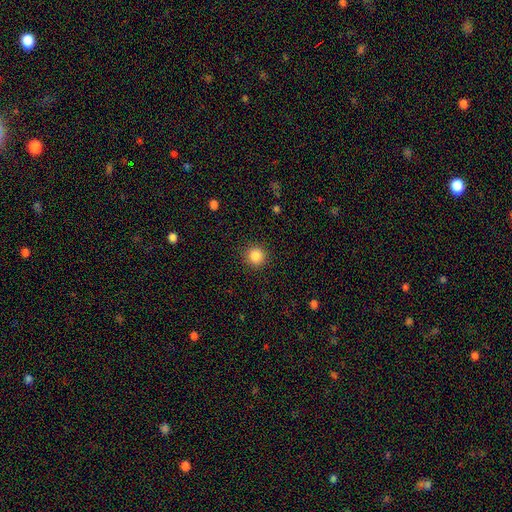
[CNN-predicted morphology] The model was most divided on "smooth or featured": smooth: 86%, star or artifact: 10%, featured or disk: 4%. More confident: how rounded — round (94%); merging — none (91%).